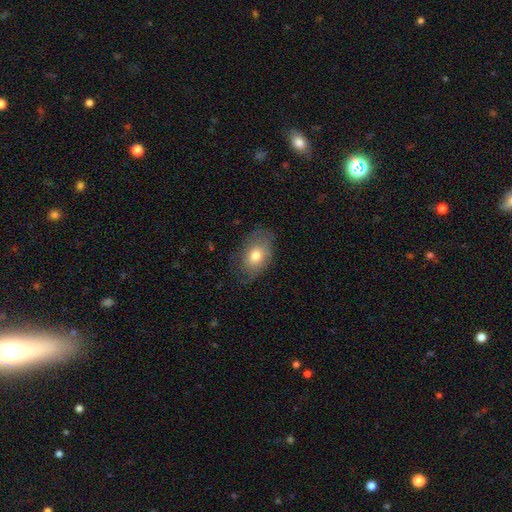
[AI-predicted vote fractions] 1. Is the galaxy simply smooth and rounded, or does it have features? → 67% smooth, 26% featured or disk, 7% star or artifact.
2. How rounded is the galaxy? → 83% in between, 15% round, 1% cigar-shaped.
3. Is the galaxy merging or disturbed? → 69% none, 22% minor disturbance, 8% major disturbance, 1% merger.